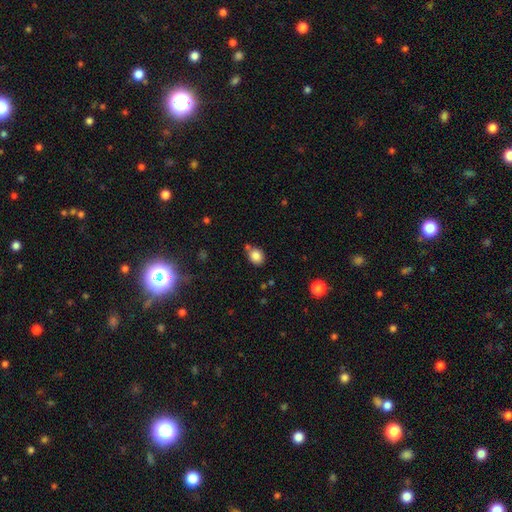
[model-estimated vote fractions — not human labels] Overall: smooth (83%). How rounded: round (53%; in between 46%). Merging: none (68%).